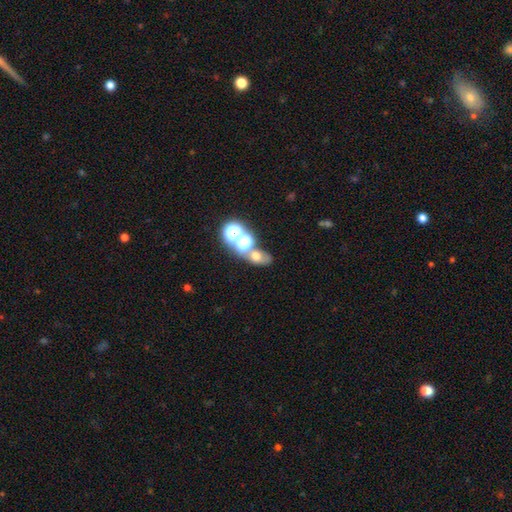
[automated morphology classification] type=smooth (49%); merging=none (45%).